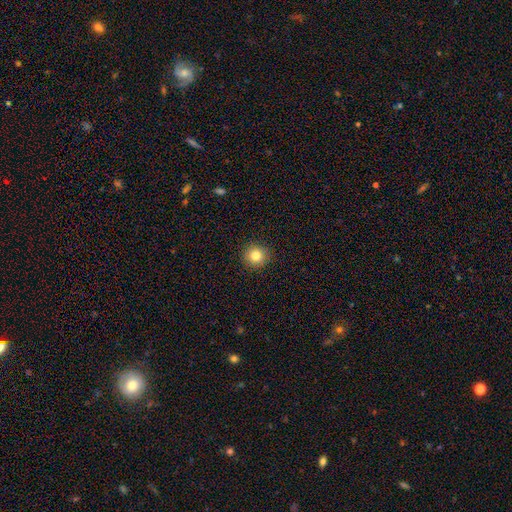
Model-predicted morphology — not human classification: Q: Smooth or featured?
A: smooth (82%); runner-up: star or artifact (11%)
Q: How rounded?
A: round (93%); runner-up: in between (6%)
Q: Merging?
A: none (92%); runner-up: minor disturbance (5%)